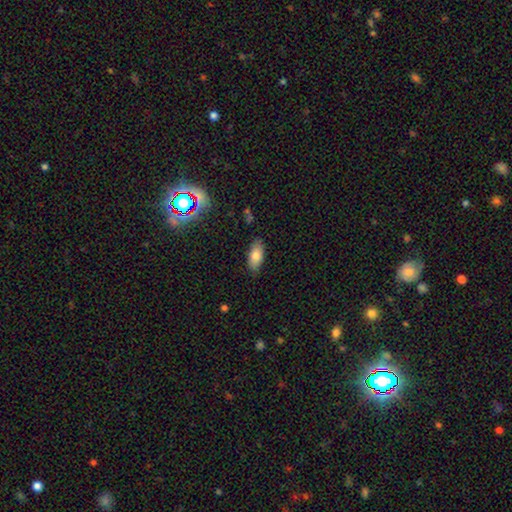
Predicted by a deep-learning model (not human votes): Smooth or featured? smooth (78%)
How rounded? in between (86%)
Merging? none (85%)